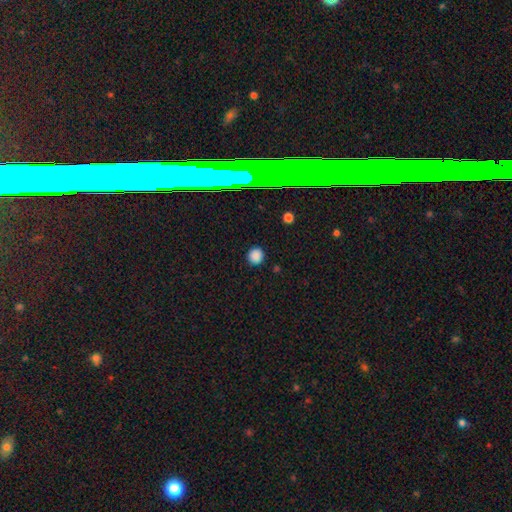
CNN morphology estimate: smooth 82%, star or artifact 14%, featured or disk 3%. Down the decision tree: how rounded — round (91%); merging — none (90%).